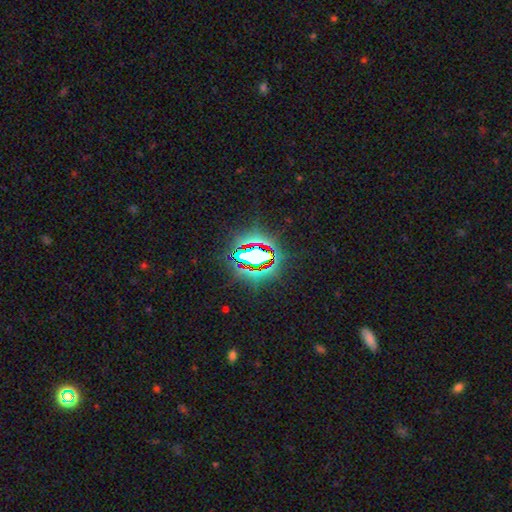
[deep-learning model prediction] A star or artifact, not a galaxy (72%).